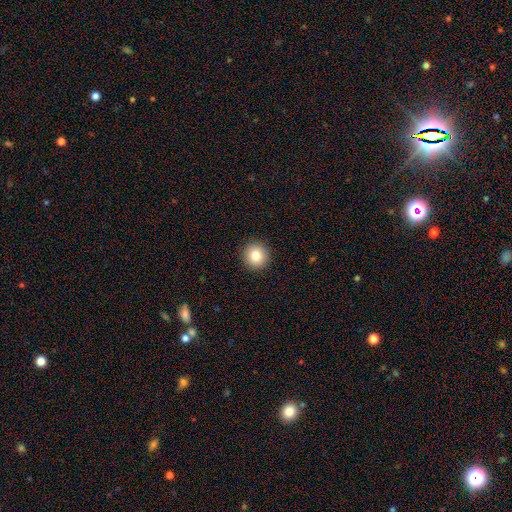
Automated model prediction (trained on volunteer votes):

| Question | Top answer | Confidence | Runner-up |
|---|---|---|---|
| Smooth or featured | smooth | 81% | star or artifact (10%) |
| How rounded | round | 94% | in between (5%) |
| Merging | none | 93% | minor disturbance (5%) |